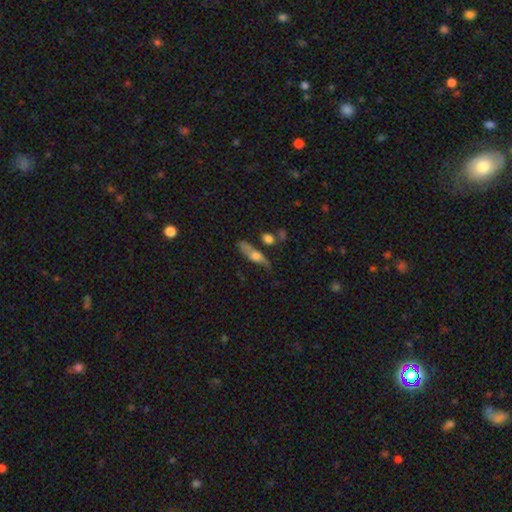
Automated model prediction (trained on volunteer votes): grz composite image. It shows a smooth galaxy with no disk features (48%). Merging: none (56%).